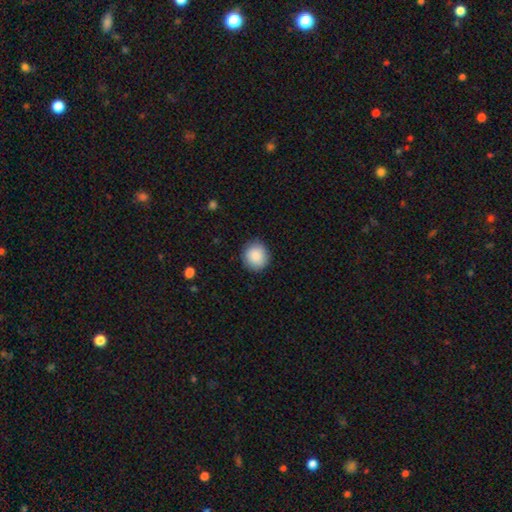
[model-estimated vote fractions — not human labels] Overall: smooth (89%). How rounded: round (87%). Merging: none (88%).